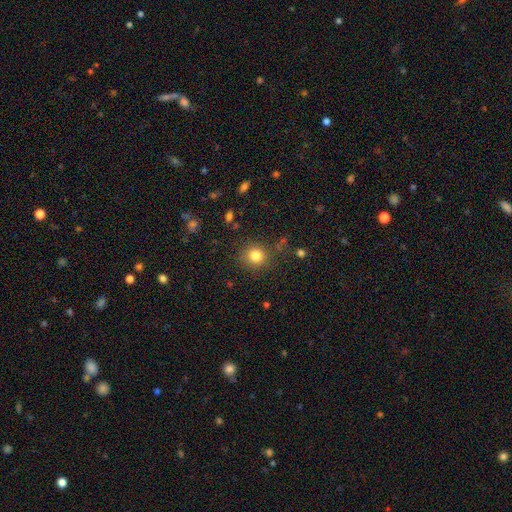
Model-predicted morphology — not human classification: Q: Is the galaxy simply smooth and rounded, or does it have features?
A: smooth — 82%.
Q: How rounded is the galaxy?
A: round — 89%.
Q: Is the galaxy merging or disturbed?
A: none — 84%.